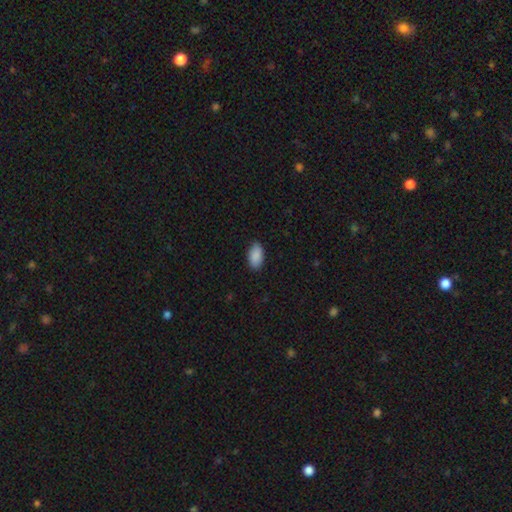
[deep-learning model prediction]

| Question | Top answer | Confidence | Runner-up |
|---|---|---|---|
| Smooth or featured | smooth | 90% | star or artifact (6%) |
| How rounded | in between | 94% | round (3%) |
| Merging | none | 86% | minor disturbance (11%) |